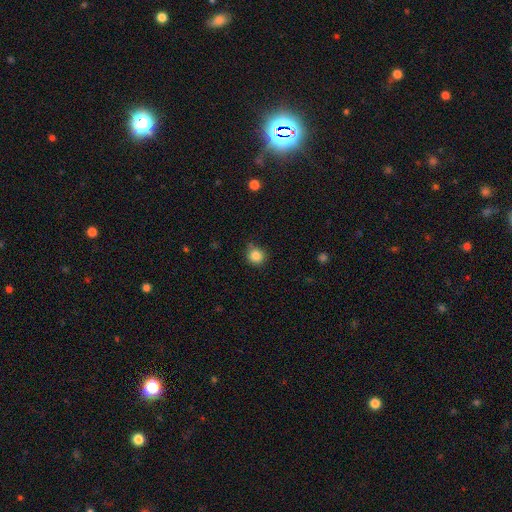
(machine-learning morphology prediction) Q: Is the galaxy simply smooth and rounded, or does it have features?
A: smooth — 85%.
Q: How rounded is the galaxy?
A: round — 88%.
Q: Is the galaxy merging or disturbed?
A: none — 78%.